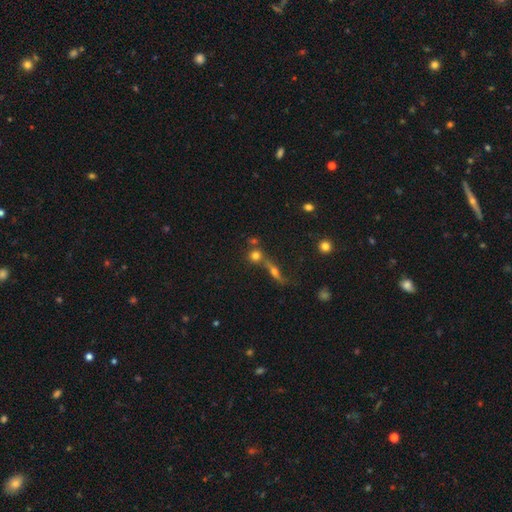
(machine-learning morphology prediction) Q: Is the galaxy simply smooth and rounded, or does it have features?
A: smooth — 68%.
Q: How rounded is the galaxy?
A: round — 88%.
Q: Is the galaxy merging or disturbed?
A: none — 55%.